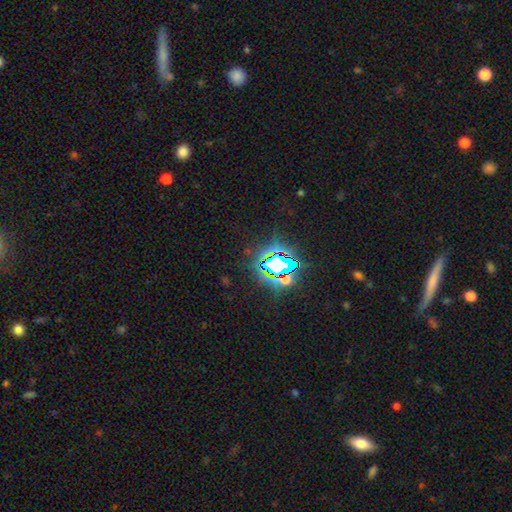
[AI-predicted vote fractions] A star or artifact, not a galaxy (78%).

Vote fractions:
- Smooth or featured? star or artifact: 78% / smooth: 13% / featured or disk: 8%